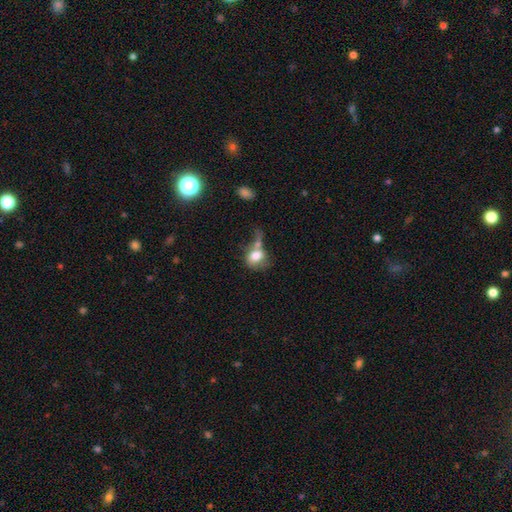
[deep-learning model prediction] Smooth or featured: smooth — 71% (featured or disk — 20%)
How rounded: in between — 53% (round — 45%)
Merging: merger — 41% (major disturbance — 24%)